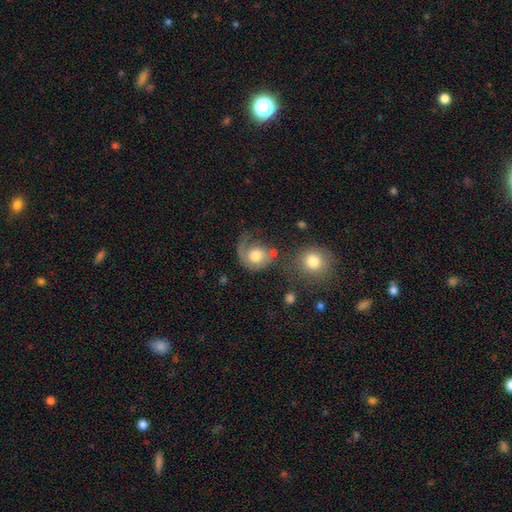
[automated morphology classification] This is possibly a featured or disk galaxy (50%). Merging: marginally major disturbance (37%).